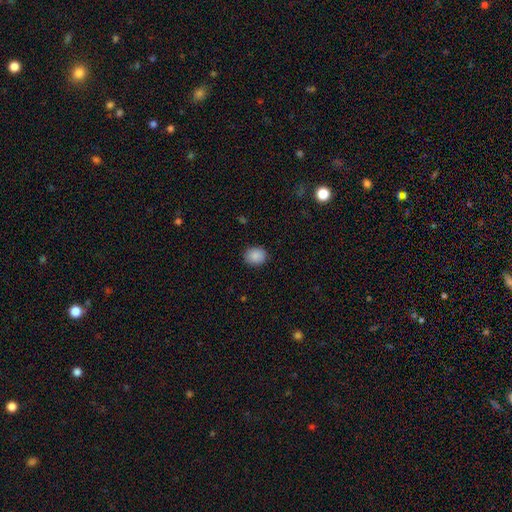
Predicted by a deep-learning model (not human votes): A smooth galaxy with no disk features (88%) that is round (61%).

Vote fractions:
- Smooth or featured? smooth: 88% / star or artifact: 8% / featured or disk: 4%
- How rounded? round: 61% / in between: 38% / cigar-shaped: 1%
- Merging? none: 89% / minor disturbance: 8% / major disturbance: 2% / merger: 1%